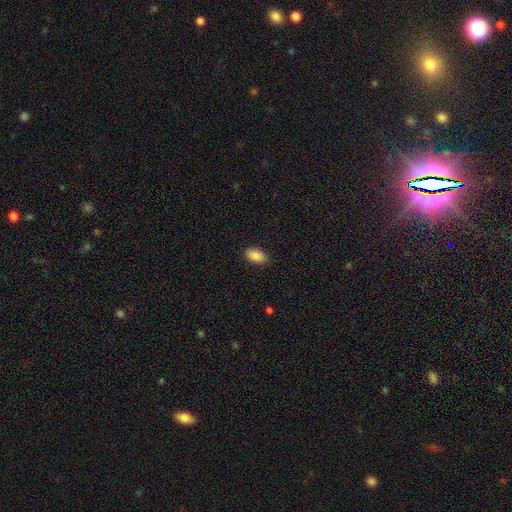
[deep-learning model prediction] Smooth or featured: smooth — 88% (star or artifact — 7%)
How rounded: in between — 94% (round — 5%)
Merging: none — 88% (minor disturbance — 9%)